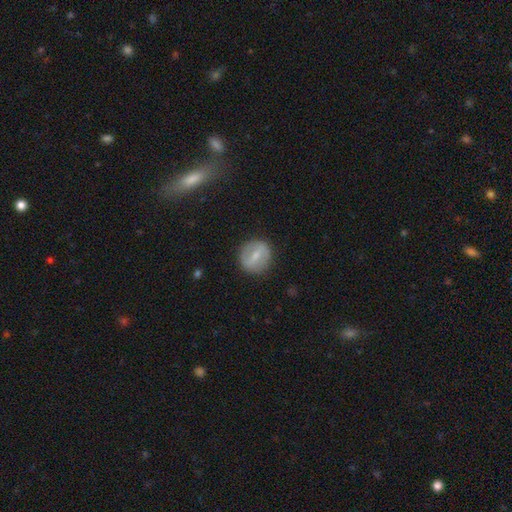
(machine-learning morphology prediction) Smooth or featured: featured or disk — 49% (smooth — 44%)
Merging: none — 86% (minor disturbance — 10%)